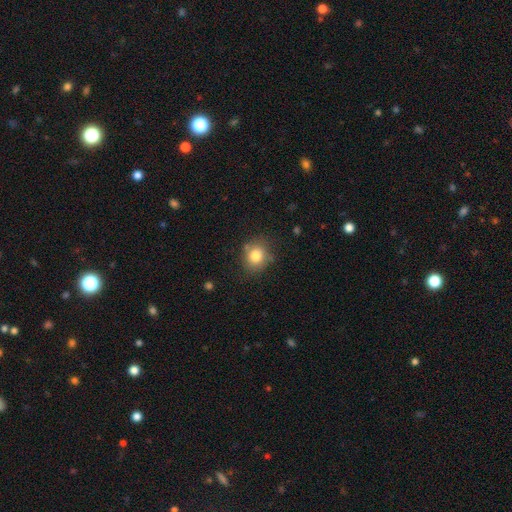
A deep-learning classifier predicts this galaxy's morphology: This is clearly a smooth galaxy (81%). How rounded: likely round (74%). Merging: likely none (77%).